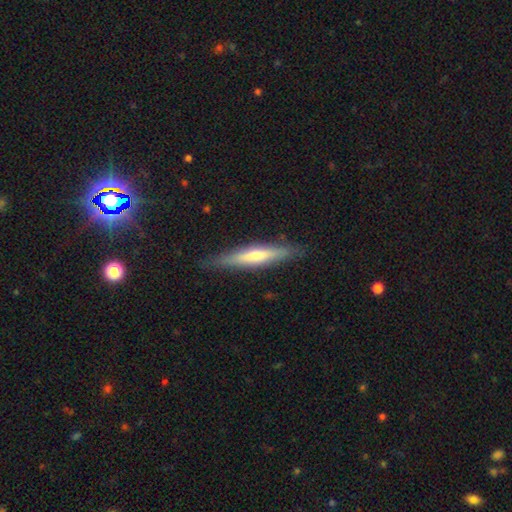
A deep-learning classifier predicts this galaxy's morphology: smooth_or_featured: smooth (p=0.50) [alt: featured or disk p=0.44]
how_rounded: cigar-shaped (p=0.90) [alt: in between p=0.08]
merging: none (p=0.86) [alt: minor disturbance p=0.11]